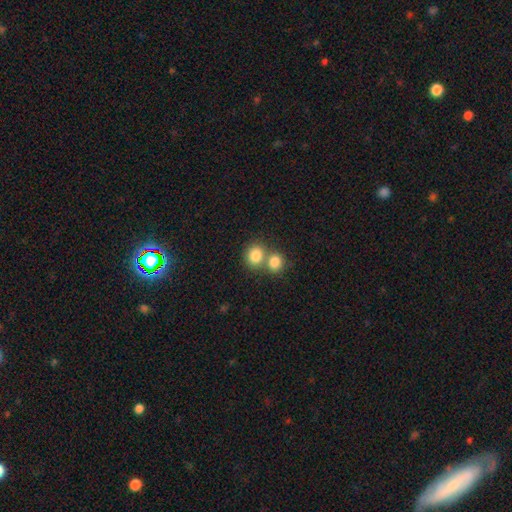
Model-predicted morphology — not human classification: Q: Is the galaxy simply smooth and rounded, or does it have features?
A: smooth — 83%.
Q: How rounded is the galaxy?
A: round — 73%.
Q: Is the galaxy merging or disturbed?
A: merger — 49%.